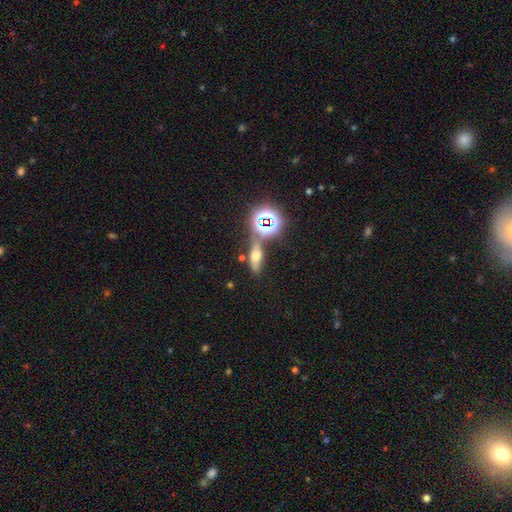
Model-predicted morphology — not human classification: A smooth galaxy with no disk features (47%).

Vote fractions:
- Smooth or featured? smooth: 47% / star or artifact: 28% / featured or disk: 25%
- Merging? none: 63% / merger: 16% / minor disturbance: 15% / major disturbance: 7%